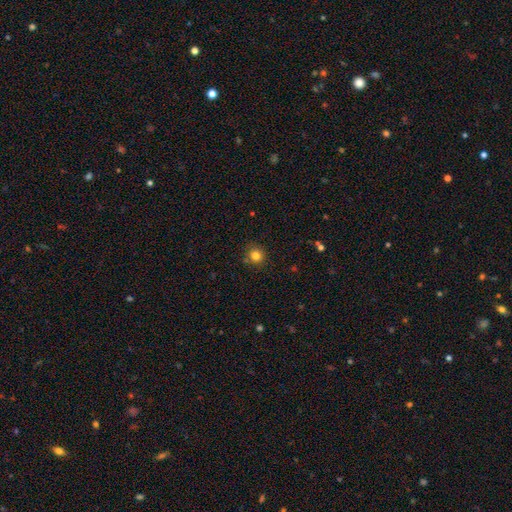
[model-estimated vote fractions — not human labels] Smooth or featured: smooth — 81% (star or artifact — 13%)
How rounded: round — 92% (in between — 7%)
Merging: none — 85% (minor disturbance — 10%)